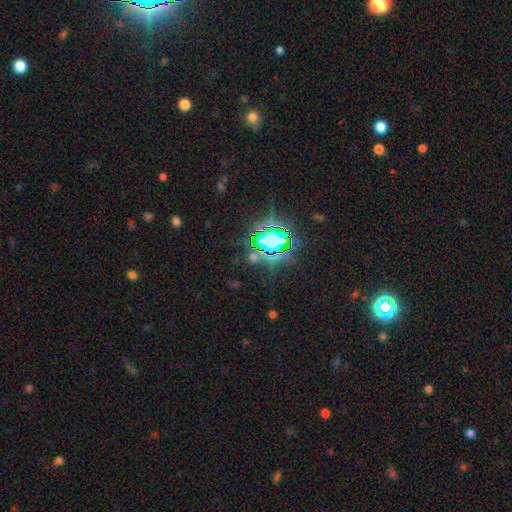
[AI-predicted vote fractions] Q: Smooth or featured?
A: star or artifact (73%); runner-up: smooth (18%)